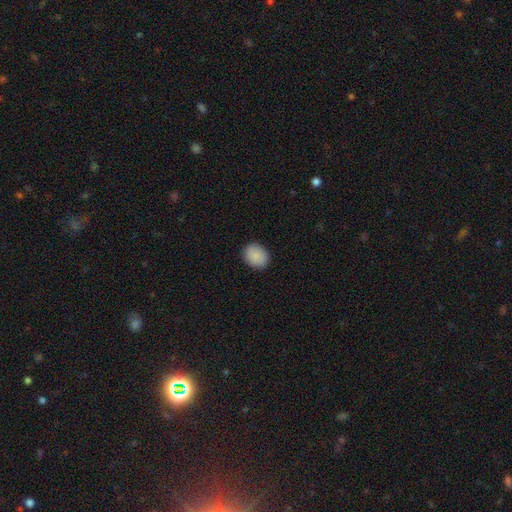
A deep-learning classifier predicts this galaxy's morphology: A smooth galaxy with no disk features (89%) that is round (50%).

Vote fractions:
- Smooth or featured? smooth: 89% / star or artifact: 7% / featured or disk: 4%
- How rounded? round: 50% / in between: 49% / cigar-shaped: 1%
- Merging? none: 89% / minor disturbance: 9% / major disturbance: 2% / merger: 1%